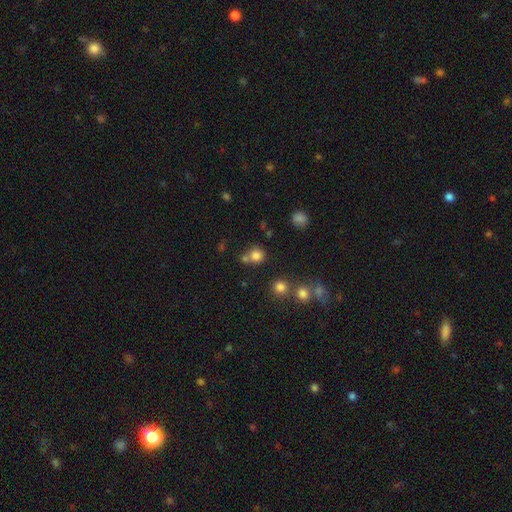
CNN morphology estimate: Q: Smooth or featured?
A: smooth (78%); runner-up: star or artifact (14%)
Q: How rounded?
A: round (86%); runner-up: in between (13%)
Q: Merging?
A: none (59%); runner-up: merger (28%)